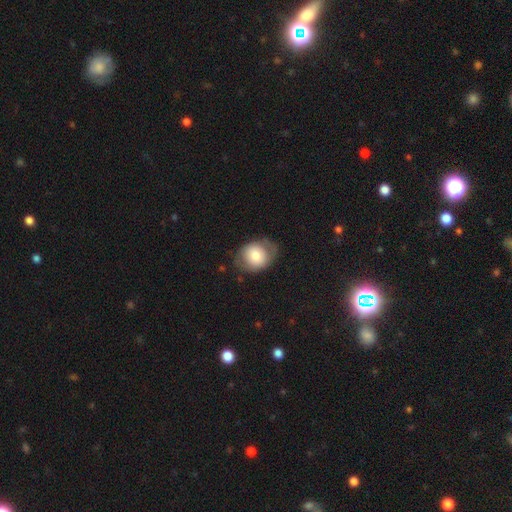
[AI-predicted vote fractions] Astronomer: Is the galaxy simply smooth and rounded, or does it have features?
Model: smooth — 67%.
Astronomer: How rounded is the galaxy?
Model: round — 52% (runner-up: in between, 47%).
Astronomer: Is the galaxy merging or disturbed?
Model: none — 63%.